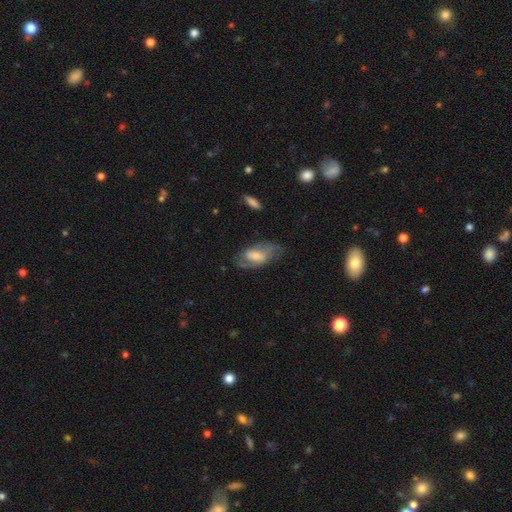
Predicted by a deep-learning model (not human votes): smooth-or-featured: featured or disk: 60% | smooth: 32% | star or artifact: 8%
  disk-edge-on: no: 92% | yes: 8%
    bar: weak: 46% | no: 36% | strong: 18%
    has-spiral-arms: yes: 77% | no: 23%
    bulge-size: moderate: 41% | small: 39% | large: 10% | none: 9% | dominant: 2%
  merging: none: 62% | minor disturbance: 23% | major disturbance: 14% | merger: 2%